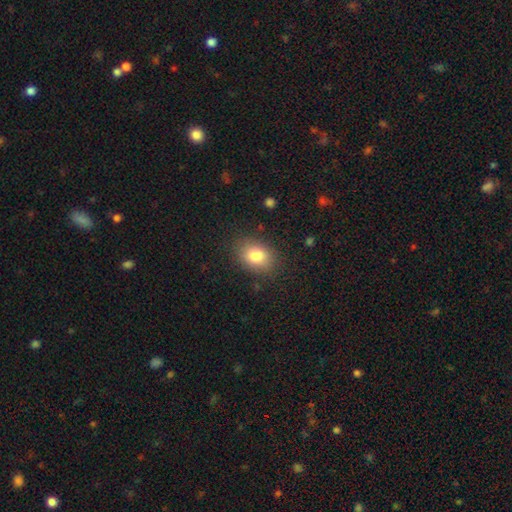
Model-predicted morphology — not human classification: This appears to be a smooth galaxy with no disk features (81%) that is in between round and cigar-shaped (66%). Merging: none (85%).